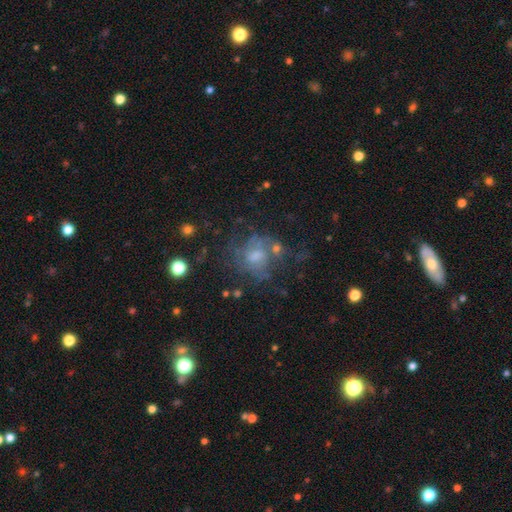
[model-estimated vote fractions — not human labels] Smooth or featured? featured or disk (50%)
Edge-on disk? no (97%)
Merging? none (51%)